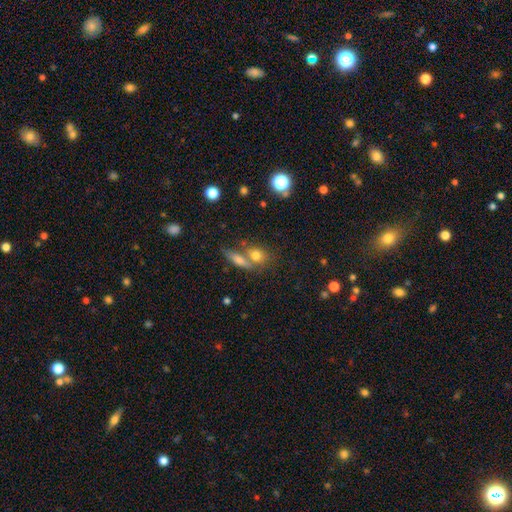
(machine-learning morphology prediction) Q: Smooth or featured?
A: smooth (73%); runner-up: featured or disk (15%)
Q: How rounded?
A: round (48%); runner-up: in between (42%)
Q: Merging?
A: none (47%); runner-up: merger (40%)